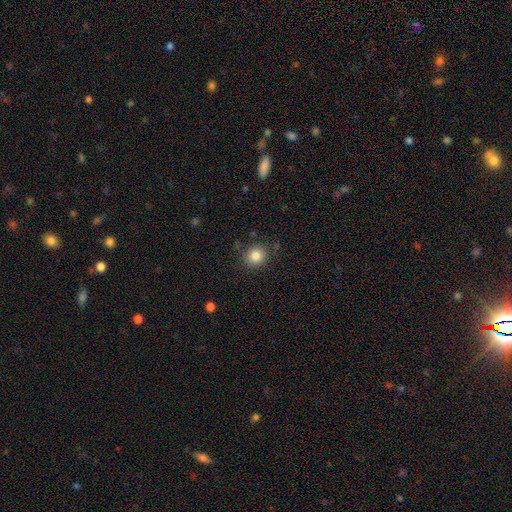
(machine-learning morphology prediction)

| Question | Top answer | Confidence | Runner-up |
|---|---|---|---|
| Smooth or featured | smooth | 83% | star or artifact (11%) |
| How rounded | round | 86% | in between (13%) |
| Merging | none | 82% | minor disturbance (12%) |